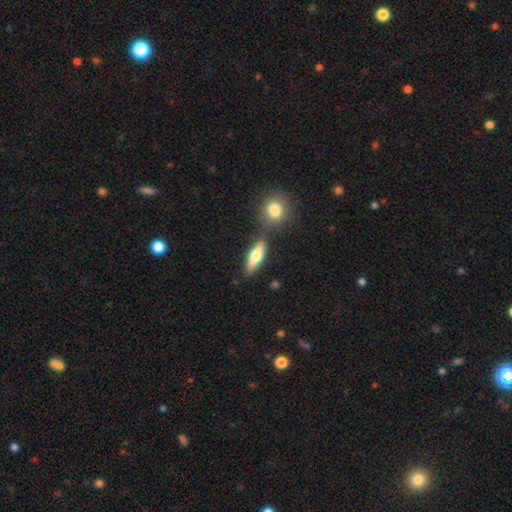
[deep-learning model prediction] Smooth or featured?
  - smooth: 63% *
  - featured or disk: 30%
  - star or artifact: 7%
How rounded?
  - in between: 53% *
  - cigar-shaped: 43%
  - round: 4%
Merging?
  - none: 73% *
  - merger: 13%
  - minor disturbance: 11%
  - major disturbance: 3%